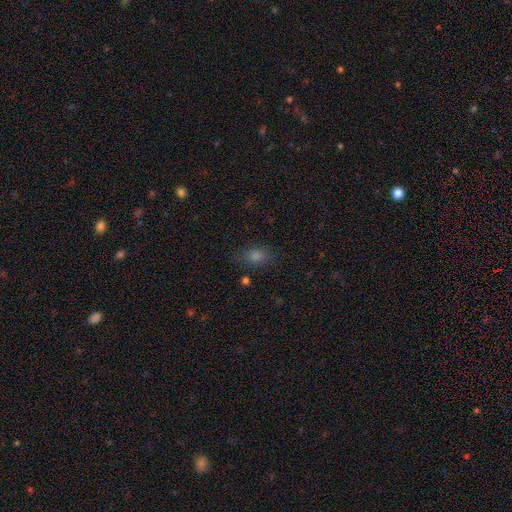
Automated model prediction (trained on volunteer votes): Smooth or featured: smooth — 68% (star or artifact — 22%)
How rounded: in between — 73% (round — 23%)
Merging: none — 79% (minor disturbance — 14%)